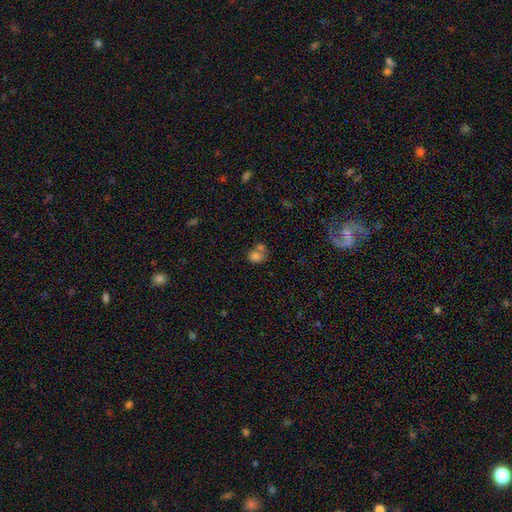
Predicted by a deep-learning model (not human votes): smooth_or_featured: smooth (p=0.74) [alt: featured or disk p=0.13]
how_rounded: round (p=0.60) [alt: in between p=0.39]
merging: merger (p=0.50) [alt: none p=0.32]